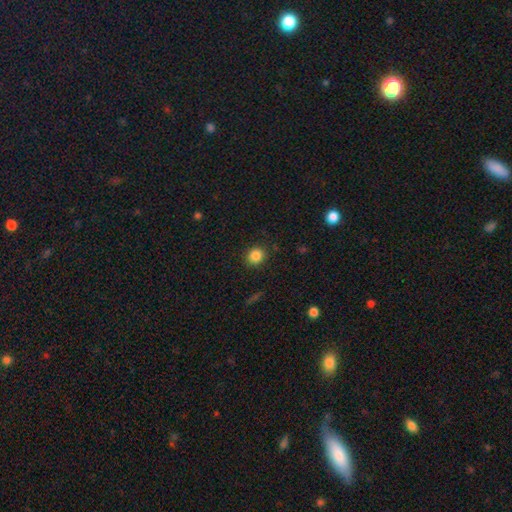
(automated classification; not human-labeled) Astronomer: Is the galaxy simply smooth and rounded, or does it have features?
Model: smooth — 84%.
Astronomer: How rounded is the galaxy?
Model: round — 83%.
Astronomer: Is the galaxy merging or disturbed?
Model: none — 88%.